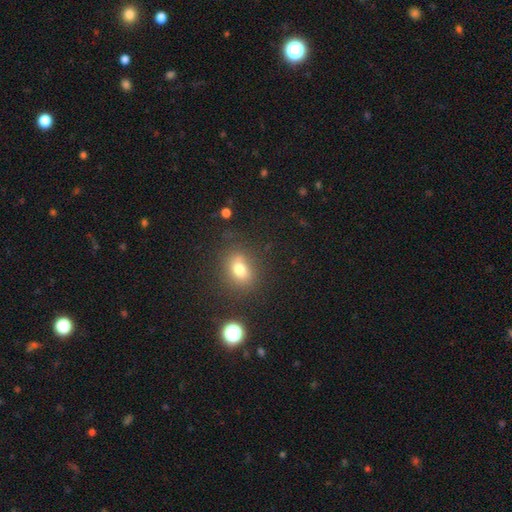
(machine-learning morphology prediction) This is likely a smooth galaxy (61%). How rounded: possibly round (59%). Merging: clearly none (87%).